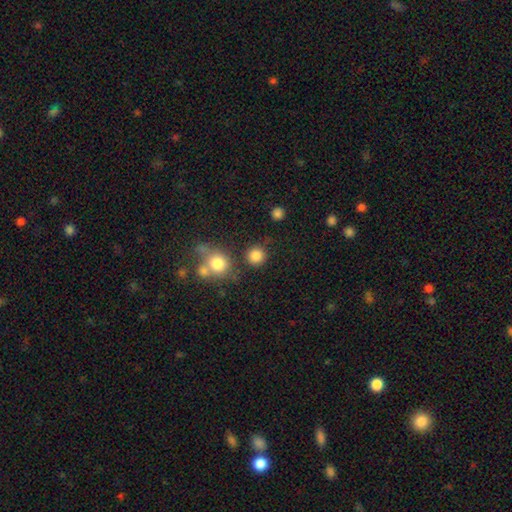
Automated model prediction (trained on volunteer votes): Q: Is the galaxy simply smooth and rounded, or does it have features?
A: smooth — 84%.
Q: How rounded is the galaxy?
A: round — 92%.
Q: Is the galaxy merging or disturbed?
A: none — 78%.